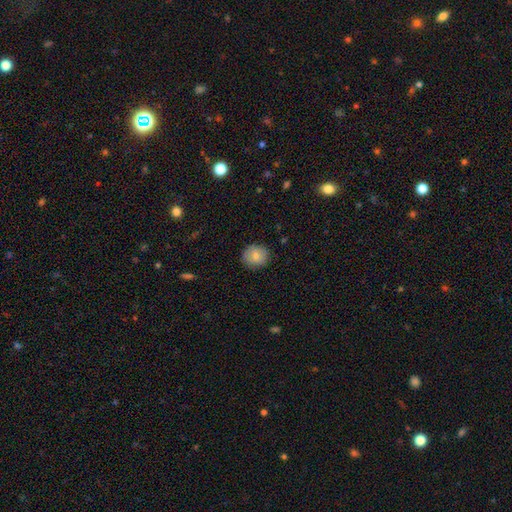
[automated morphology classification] smooth 80%, featured or disk 12%, star or artifact 8%. Down the decision tree: how rounded — round (79%); merging — none (84%).